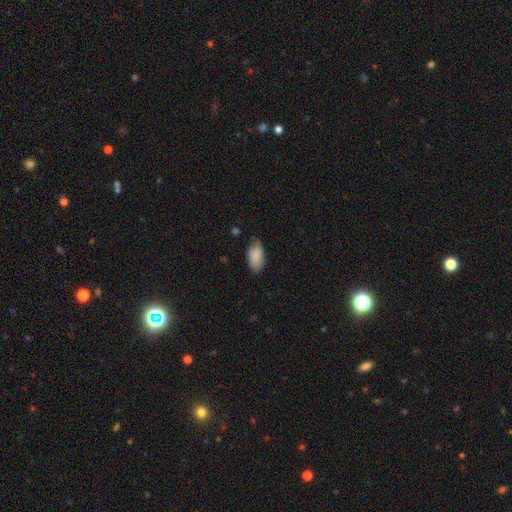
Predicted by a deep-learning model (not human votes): This is clearly a smooth galaxy (86%). How rounded: clearly in between (94%). Merging: likely none (65%).